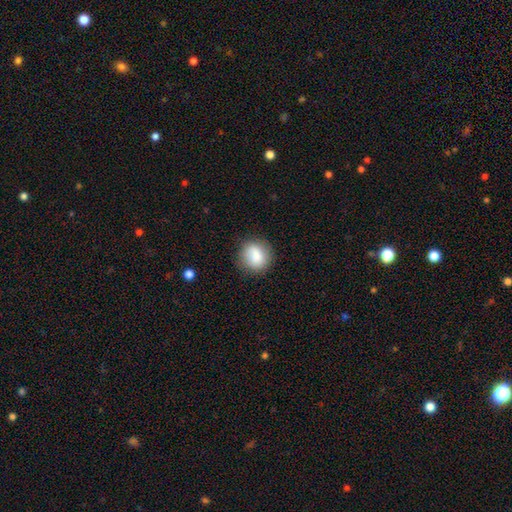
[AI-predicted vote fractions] Morphology: type=smooth (81%); roundness=round (80%); merging=none (79%).